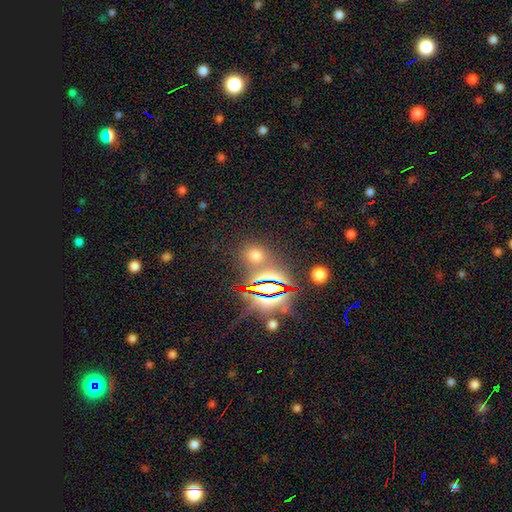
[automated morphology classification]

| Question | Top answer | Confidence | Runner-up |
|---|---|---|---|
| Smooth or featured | smooth | 53% | star or artifact (39%) |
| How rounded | round | 76% | in between (23%) |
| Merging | none | 74% | merger (11%) |